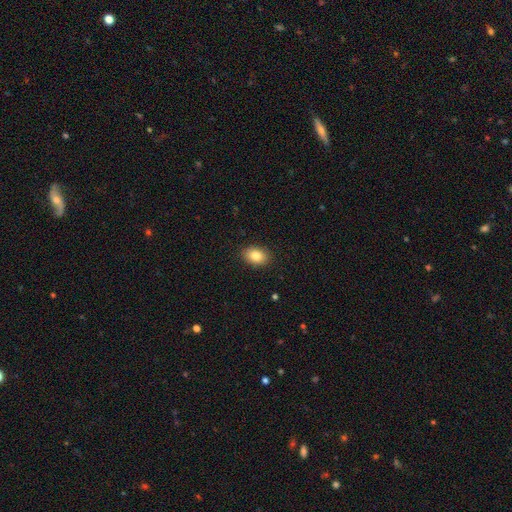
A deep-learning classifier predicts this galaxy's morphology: Smooth or featured? Predicted: smooth (p=0.85). How rounded? Predicted: in between (p=0.80). Merging? Predicted: none (p=0.89).